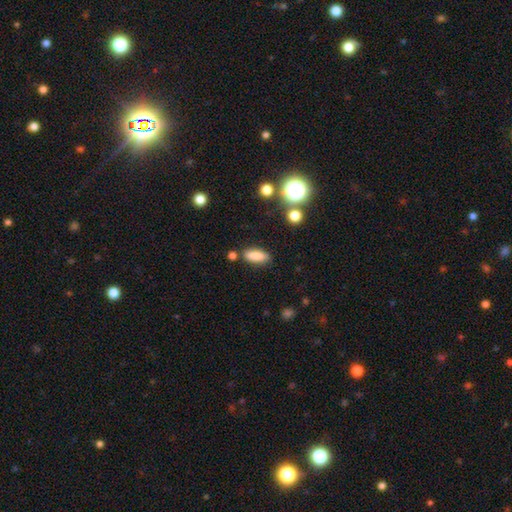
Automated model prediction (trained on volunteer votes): This is clearly a smooth galaxy (84%). How rounded: likely in between (72%). Merging: clearly none (82%).